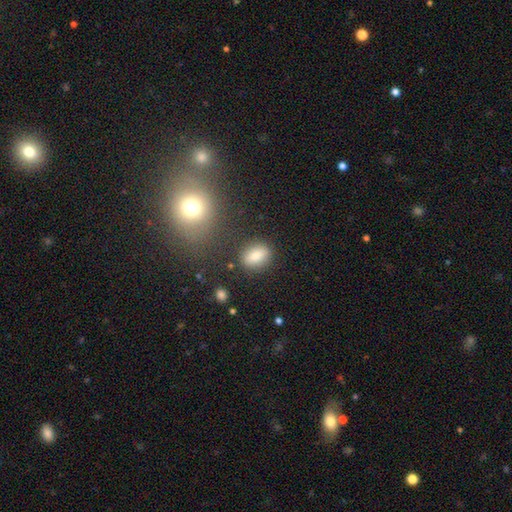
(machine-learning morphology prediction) This is likely a smooth galaxy (80%). How rounded: likely in between (72%). Merging: clearly none (82%).